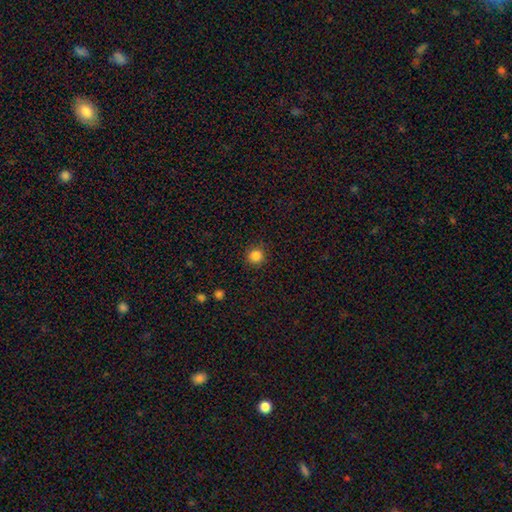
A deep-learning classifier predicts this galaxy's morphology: Smooth or featured? smooth (85%)
How rounded? round (94%)
Merging? none (90%)